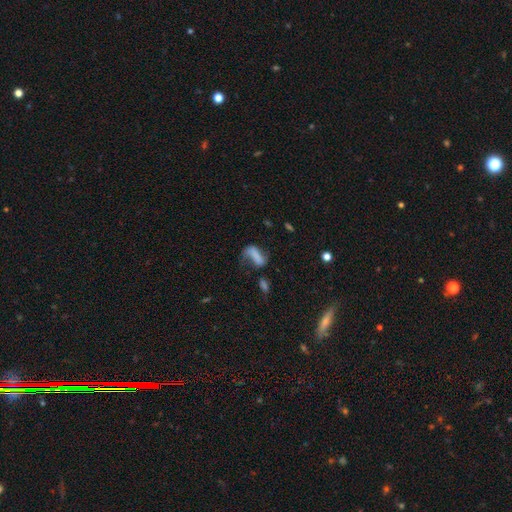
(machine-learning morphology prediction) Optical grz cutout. It shows a smooth galaxy with no disk features (60%) that is in between round and cigar-shaped (71%). Merging: major disturbance (40%).